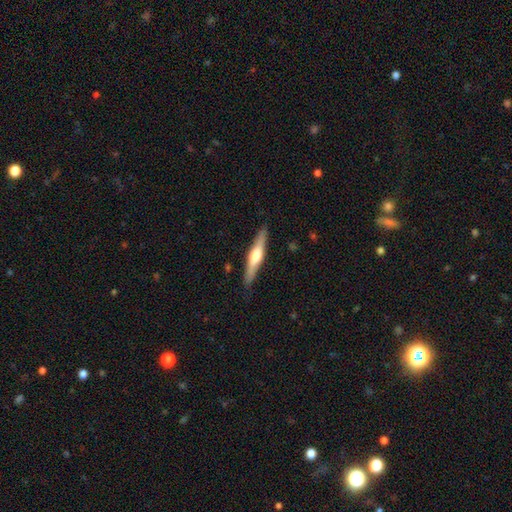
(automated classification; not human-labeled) smooth_or_featured: featured or disk (p=0.62) [alt: smooth p=0.33]
disk_edge_on: yes (p=0.97) [alt: no p=0.03]
edge_on_bulge: rounded (p=0.89) [alt: boxy p=0.07]
merging: none (p=0.89) [alt: minor disturbance p=0.08]